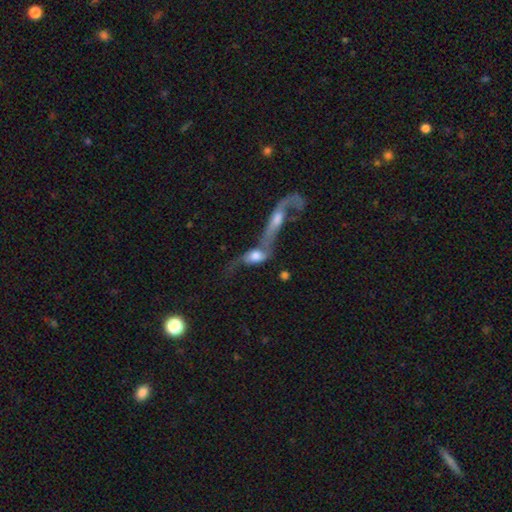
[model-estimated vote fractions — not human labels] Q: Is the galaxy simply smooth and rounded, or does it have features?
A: smooth — 48%.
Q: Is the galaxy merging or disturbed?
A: merger — 64%.